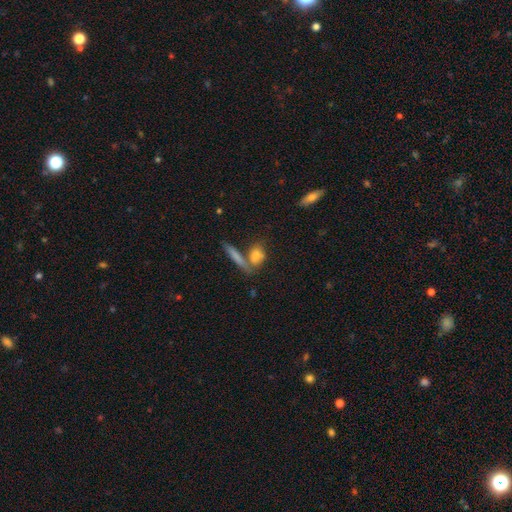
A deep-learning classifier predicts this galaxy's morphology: Smooth or featured? smooth (71%)
How rounded? in between (49%)
Merging? none (54%)